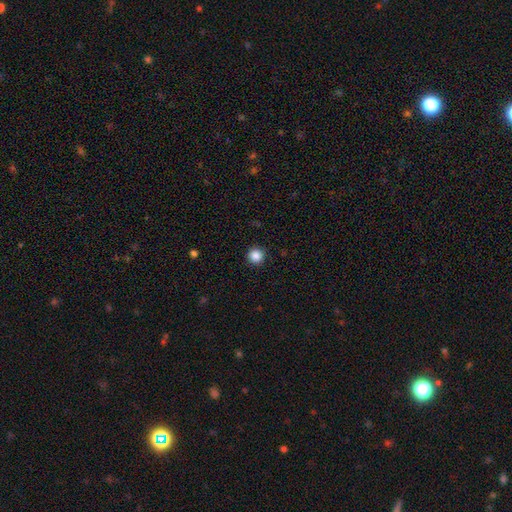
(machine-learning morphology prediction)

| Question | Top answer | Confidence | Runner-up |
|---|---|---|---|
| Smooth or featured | smooth | 87% | star or artifact (10%) |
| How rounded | round | 95% | in between (4%) |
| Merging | none | 92% | minor disturbance (6%) |